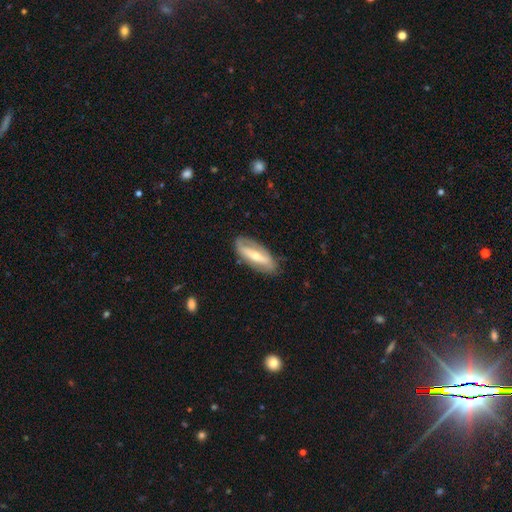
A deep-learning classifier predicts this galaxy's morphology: type=featured or disk (57%); edge-on=no (76%); merging=none (78%).